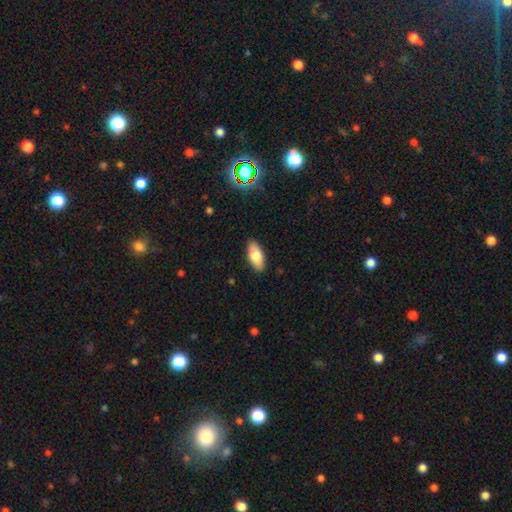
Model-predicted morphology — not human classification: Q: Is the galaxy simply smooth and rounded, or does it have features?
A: smooth — 78%.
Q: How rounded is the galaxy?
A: in between — 85%.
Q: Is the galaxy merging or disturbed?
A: none — 88%.